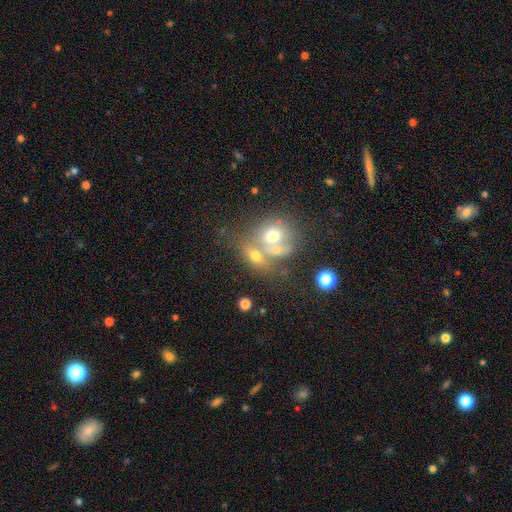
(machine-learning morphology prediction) Q: Smooth or featured?
A: smooth (62%); runner-up: featured or disk (24%)
Q: How rounded?
A: in between (53%); runner-up: round (44%)
Q: Merging?
A: merger (53%); runner-up: none (32%)